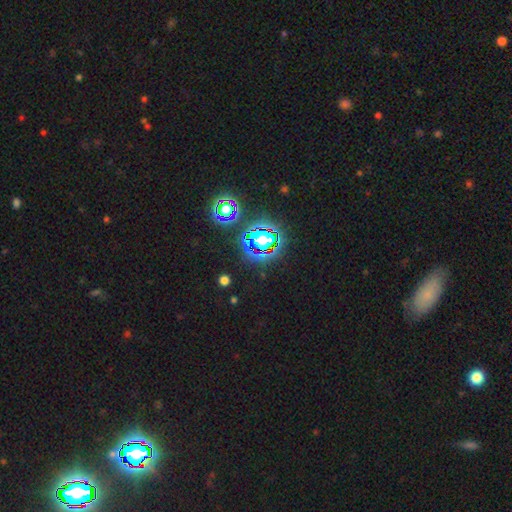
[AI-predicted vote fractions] The model was most divided on "smooth or featured": star or artifact: 79%, smooth: 13%, featured or disk: 7%.